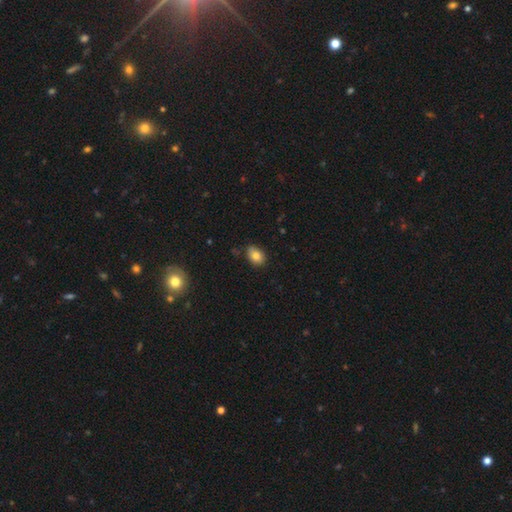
Smooth or featured? 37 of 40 (92%) said smooth. How rounded? 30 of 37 (81%) said in between. Merging? 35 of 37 (95%) said none.